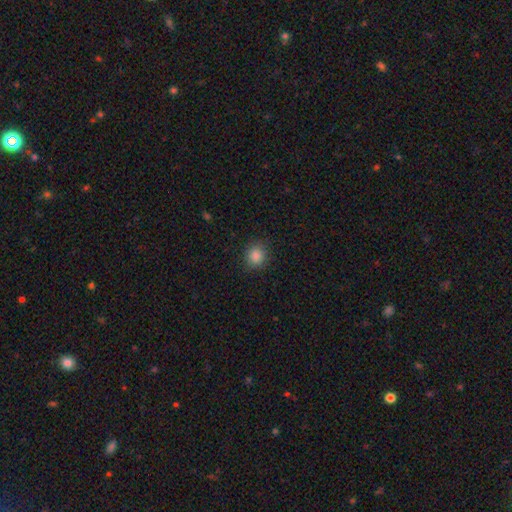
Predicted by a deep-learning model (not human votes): Smooth or featured: smooth — 86% (star or artifact — 11%)
How rounded: round — 86% (in between — 13%)
Merging: none — 87% (minor disturbance — 9%)